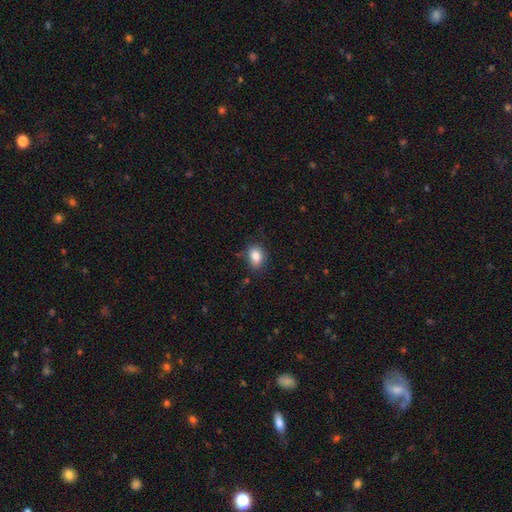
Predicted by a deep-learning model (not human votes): Smooth or featured?
  - smooth: 84% *
  - star or artifact: 9%
  - featured or disk: 7%
How rounded?
  - in between: 70% *
  - round: 29%
  - cigar-shaped: 1%
Merging?
  - none: 75% *
  - minor disturbance: 19%
  - major disturbance: 4%
  - merger: 3%